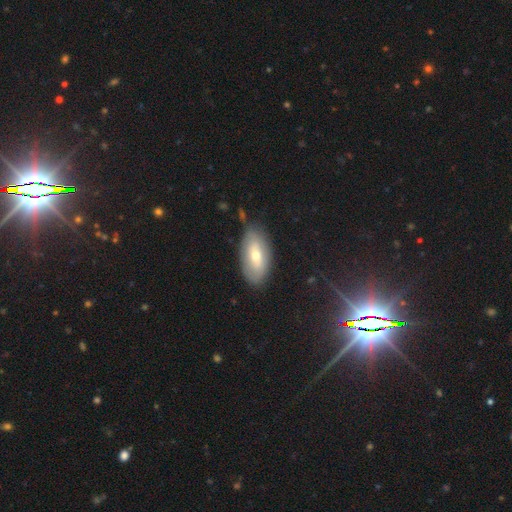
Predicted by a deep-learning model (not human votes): Smooth or featured?
  - smooth: 55% *
  - featured or disk: 38%
  - star or artifact: 8%
How rounded?
  - in between: 91% *
  - cigar-shaped: 6%
  - round: 3%
Merging?
  - none: 79% *
  - minor disturbance: 16%
  - major disturbance: 4%
  - merger: 2%